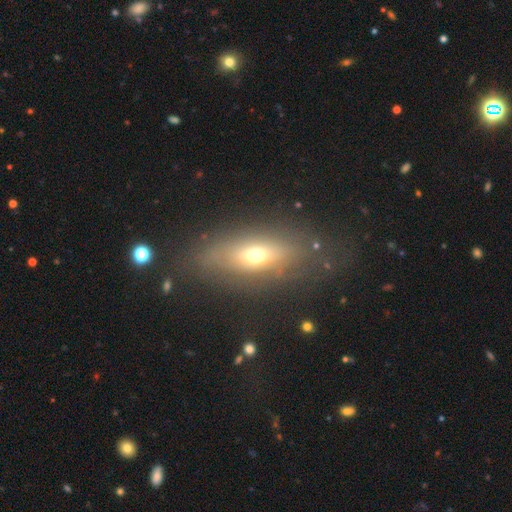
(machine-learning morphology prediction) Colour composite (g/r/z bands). It shows a smooth galaxy with no disk features (53%) that is in between round and cigar-shaped (70%). Merging: none (72%).